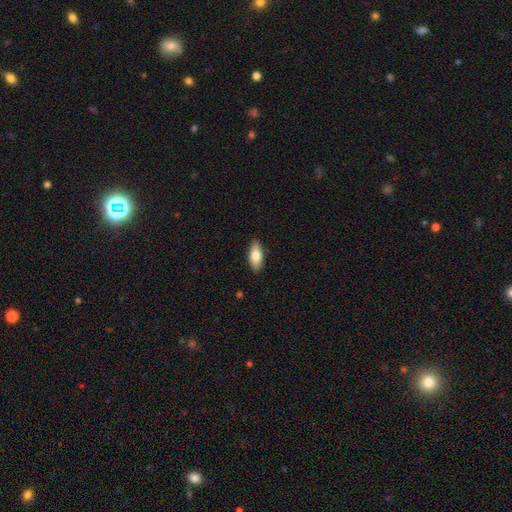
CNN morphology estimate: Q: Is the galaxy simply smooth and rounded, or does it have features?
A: smooth — 76%.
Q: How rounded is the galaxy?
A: in between — 80%.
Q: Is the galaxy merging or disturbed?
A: none — 88%.